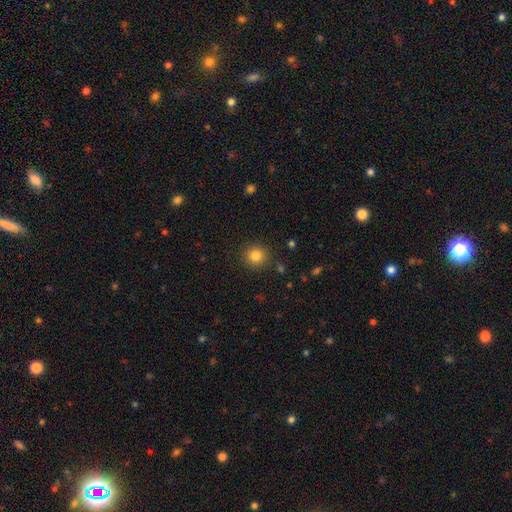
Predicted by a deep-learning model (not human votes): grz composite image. It shows a smooth galaxy with no disk features (83%) that is round (90%). Merging: none (89%).